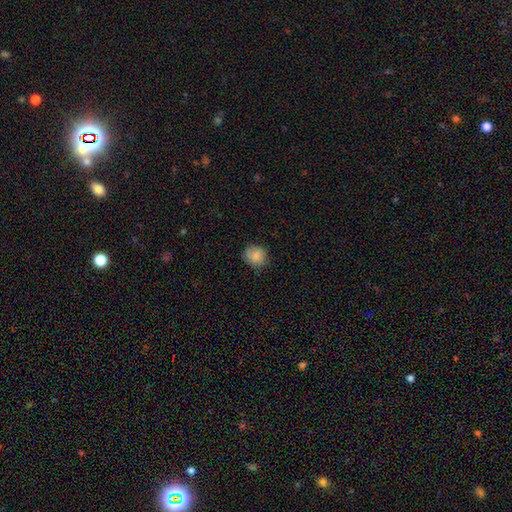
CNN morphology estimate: A smooth galaxy with no disk features (84%) that is round (81%).

Vote fractions:
- Smooth or featured? smooth: 84% / star or artifact: 8% / featured or disk: 7%
- How rounded? round: 81% / in between: 18% / cigar-shaped: 1%
- Merging? none: 77% / minor disturbance: 18% / major disturbance: 4% / merger: 1%